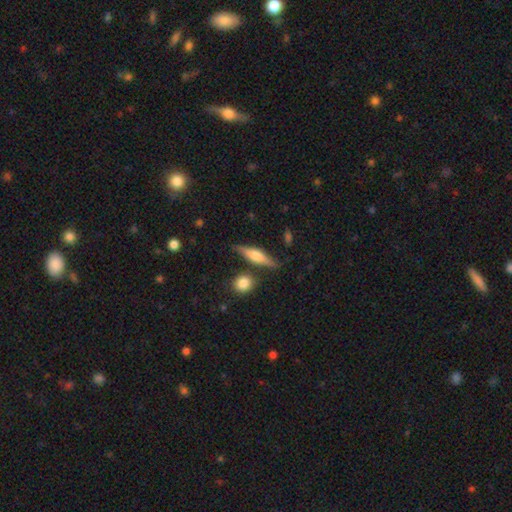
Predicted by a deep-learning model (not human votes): Smooth or featured: featured or disk — 55% (smooth — 38%)
Edge-on disk: yes — 94% (no — 6%)
Edge-on bulge: rounded — 82% (boxy — 13%)
Merging: none — 80% (minor disturbance — 11%)